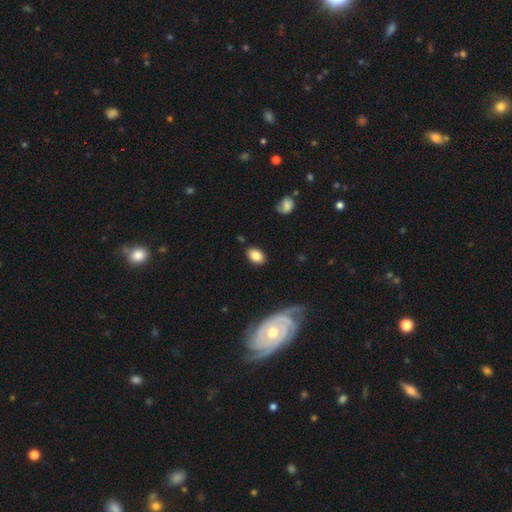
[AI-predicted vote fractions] smooth 82%, featured or disk 10%, star or artifact 8%. Down the decision tree: how rounded — in between (88%); merging — none (84%).